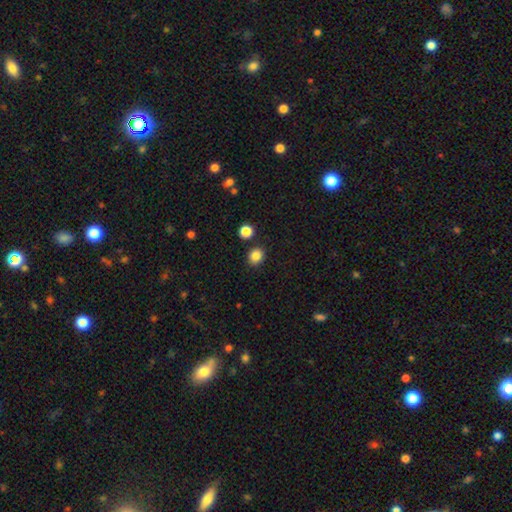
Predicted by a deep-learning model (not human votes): Q: Smooth or featured?
A: smooth (85%); runner-up: star or artifact (11%)
Q: How rounded?
A: round (71%); runner-up: in between (29%)
Q: Merging?
A: none (86%); runner-up: minor disturbance (8%)